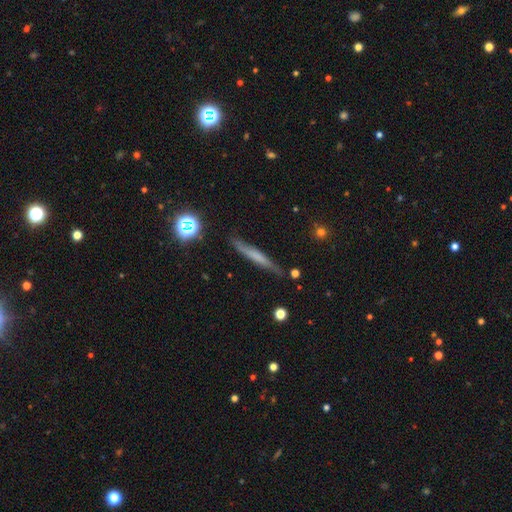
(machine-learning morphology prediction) Overall: smooth (47%; featured or disk 44%). Merging: none (78%).